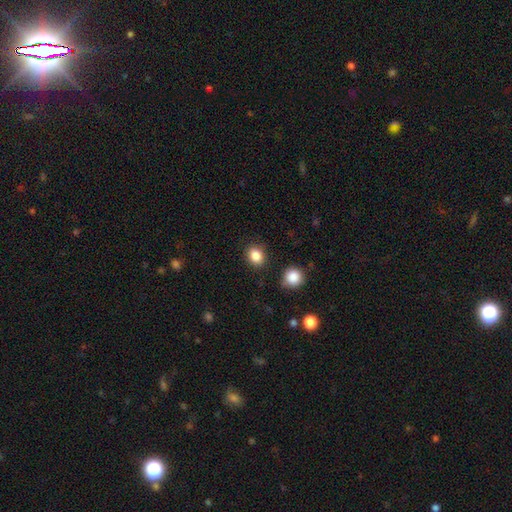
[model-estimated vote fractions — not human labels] Smooth or featured?
  - smooth: 85% *
  - star or artifact: 10%
  - featured or disk: 5%
How rounded?
  - round: 59% *
  - in between: 40%
  - cigar-shaped: 1%
Merging?
  - none: 86% *
  - minor disturbance: 8%
  - merger: 3%
  - major disturbance: 3%